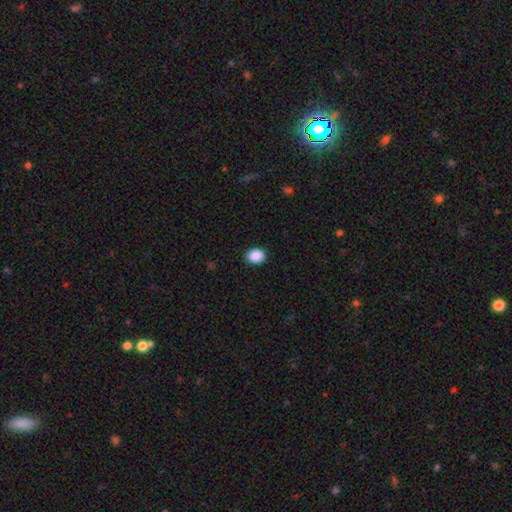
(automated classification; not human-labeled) A smooth galaxy with no disk features (90%) that is in between round and cigar-shaped (58%). Merging: none (90%).